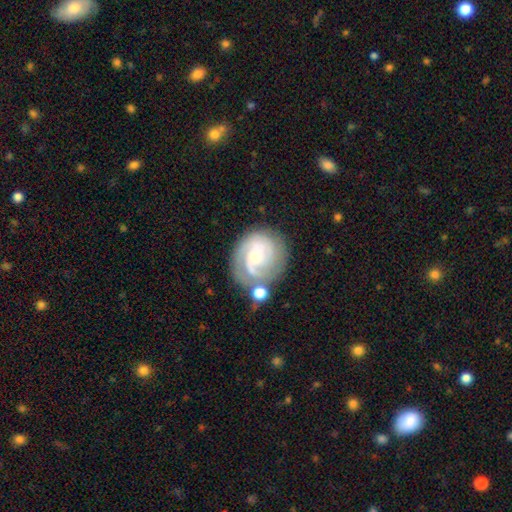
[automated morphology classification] Smooth or featured? Predicted: featured or disk (p=0.76). Edge-on disk? Predicted: no (p=0.98). Bar? Predicted: no (p=0.58). Spiral arms? Predicted: yes (p=0.93). Spiral winding? Predicted: tight (p=0.55). Spiral arm count? Predicted: 2 (p=0.45). Bulge size? Predicted: small (p=0.56). Merging? Predicted: none (p=0.58).